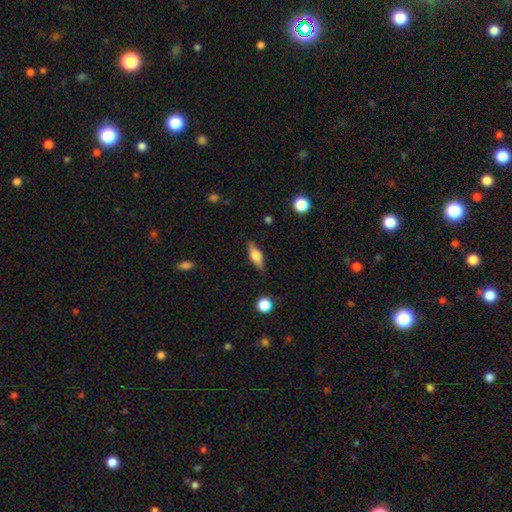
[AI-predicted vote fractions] A smooth galaxy with no disk features (52%) that is in between round and cigar-shaped (60%). Merging: none (85%).